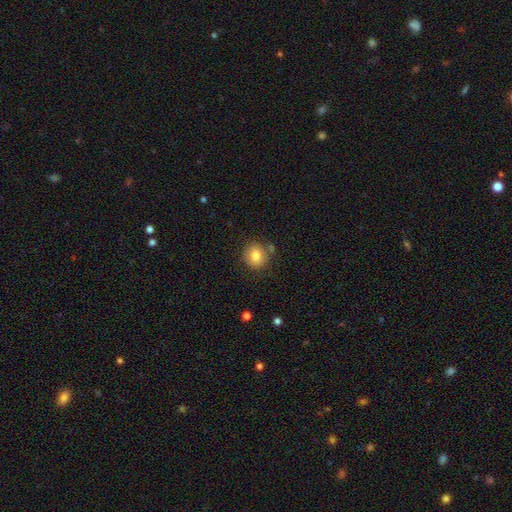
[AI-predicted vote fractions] Overall: smooth (82%). How rounded: round (85%). Merging: none (78%).